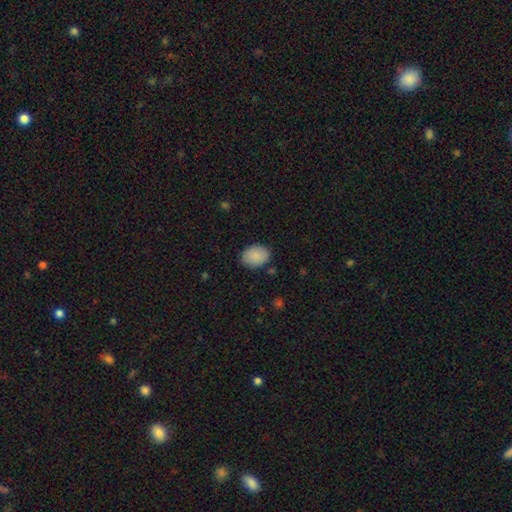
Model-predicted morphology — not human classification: This appears to be a smooth galaxy with no disk features (89%) that is in between round and cigar-shaped (69%). Merging: none (84%).